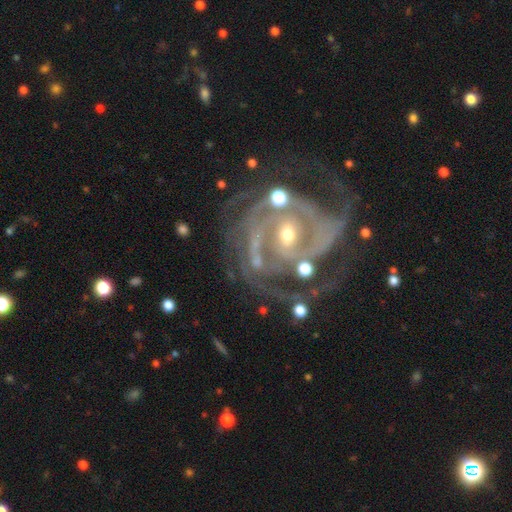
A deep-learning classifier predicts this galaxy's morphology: smooth-or-featured: featured or disk: 90% | star or artifact: 6% | smooth: 4%
  disk-edge-on: no: 97% | yes: 3%
    bar: no: 38% | weak: 34% | strong: 28%
    has-spiral-arms: yes: 97% | no: 3%
      spiral-winding: tight: 58% | medium: 34% | loose: 7%
      spiral-arm-count: 2: 35% | 3: 25% | can't tell: 17% | 4: 11% | more than 4: 6% | 1: 6%
    bulge-size: small: 59% | moderate: 37% | large: 2% | none: 1% | dominant: 1%
  merging: none: 58% | minor disturbance: 19% | major disturbance: 18% | merger: 5%